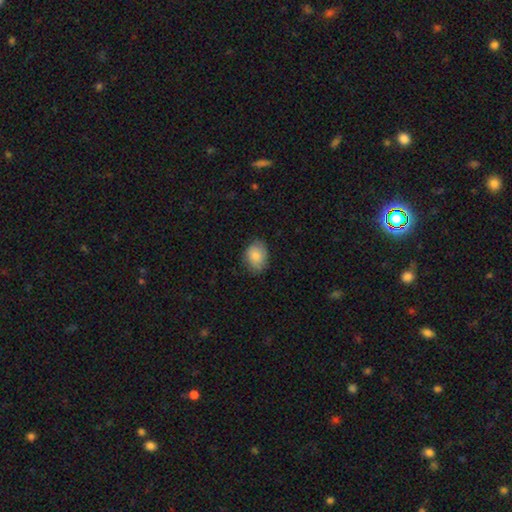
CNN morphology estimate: smooth_or_featured: smooth (p=0.80) [alt: featured or disk p=0.13]
how_rounded: in between (p=0.69) [alt: round p=0.30]
merging: none (p=0.77) [alt: minor disturbance p=0.19]